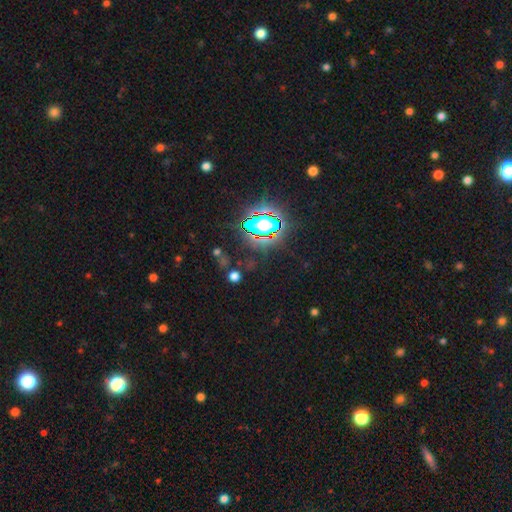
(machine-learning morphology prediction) type=star or artifact (82%).